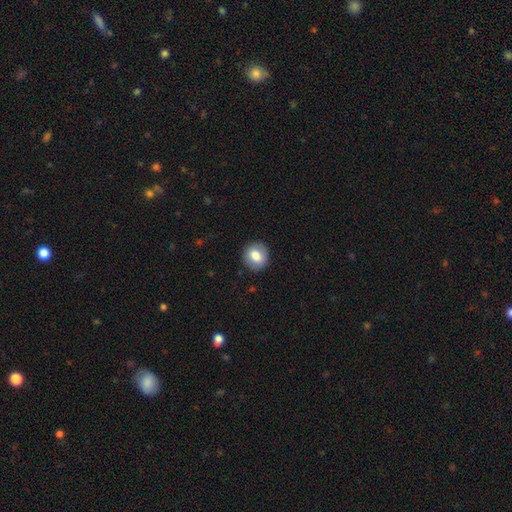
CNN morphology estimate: The model was most divided on "how rounded": round: 78%, in between: 21%, cigar-shaped: 1%. More confident: merging — none (88%); smooth or featured — smooth (79%).